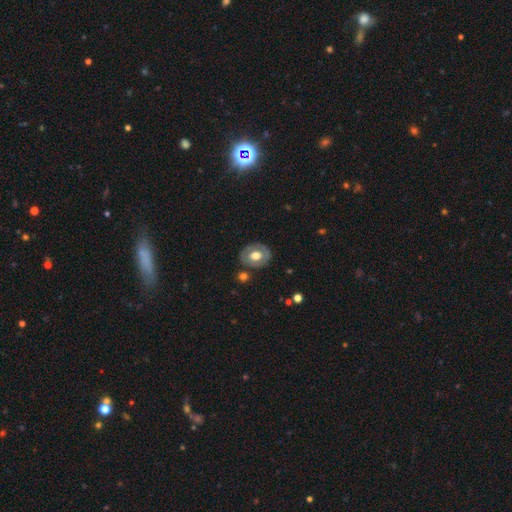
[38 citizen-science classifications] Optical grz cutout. It shows a smooth galaxy with no disk features (53%) that is in between round and cigar-shaped (80%). Merging: none (86%).